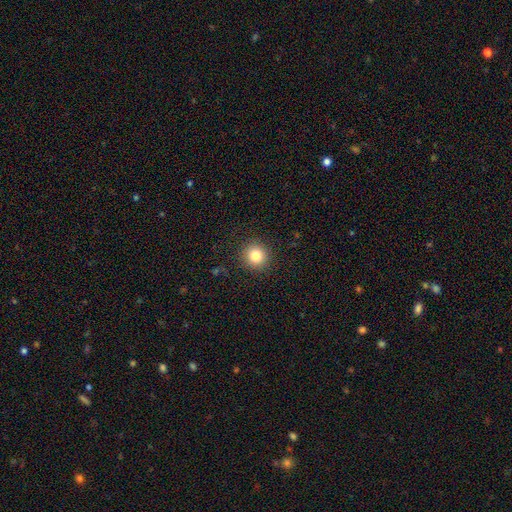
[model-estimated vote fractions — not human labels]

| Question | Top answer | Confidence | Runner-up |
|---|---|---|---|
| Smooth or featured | smooth | 82% | star or artifact (11%) |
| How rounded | round | 93% | in between (6%) |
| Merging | none | 91% | minor disturbance (6%) |